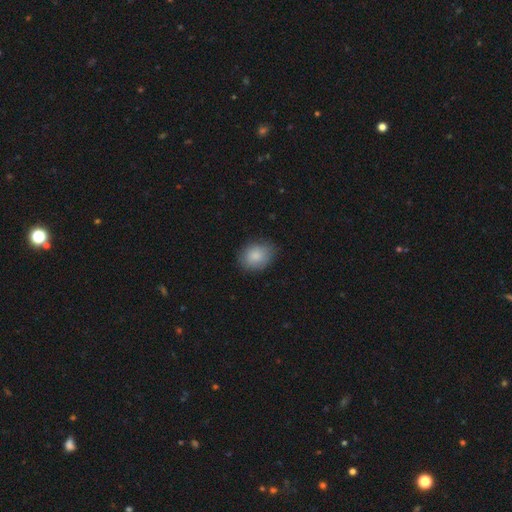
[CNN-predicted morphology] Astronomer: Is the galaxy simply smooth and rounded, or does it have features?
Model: smooth — 85%.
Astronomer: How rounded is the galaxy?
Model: in between — 59% (runner-up: round, 41%).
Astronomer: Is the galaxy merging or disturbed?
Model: none — 77%.